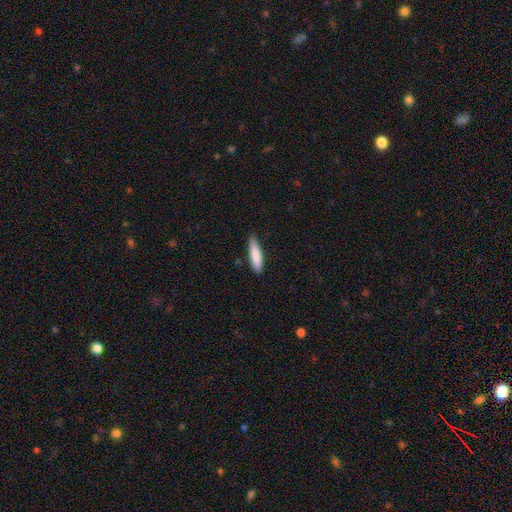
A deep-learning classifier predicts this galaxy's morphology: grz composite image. It shows a smooth galaxy with no disk features (85%) that is cigar-shaped (74%). Merging: none (83%).